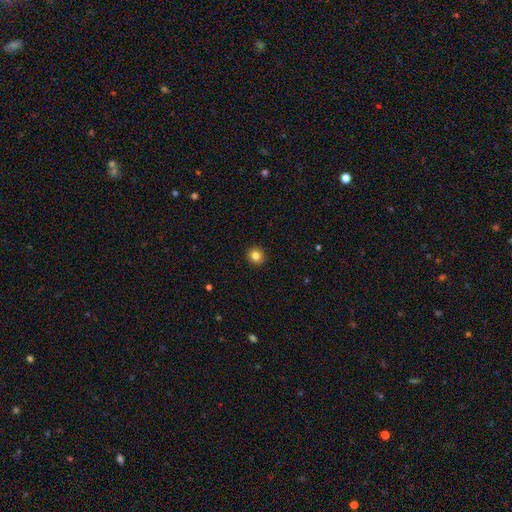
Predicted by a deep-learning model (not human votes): Overall: smooth (83%). How rounded: round (90%). Merging: none (93%).